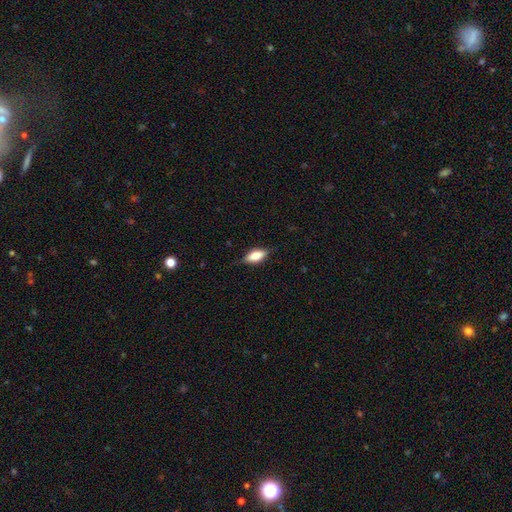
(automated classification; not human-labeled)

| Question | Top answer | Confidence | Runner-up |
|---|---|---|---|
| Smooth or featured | smooth | 68% | featured or disk (25%) |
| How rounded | in between | 79% | cigar-shaped (18%) |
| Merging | none | 78% | minor disturbance (17%) |